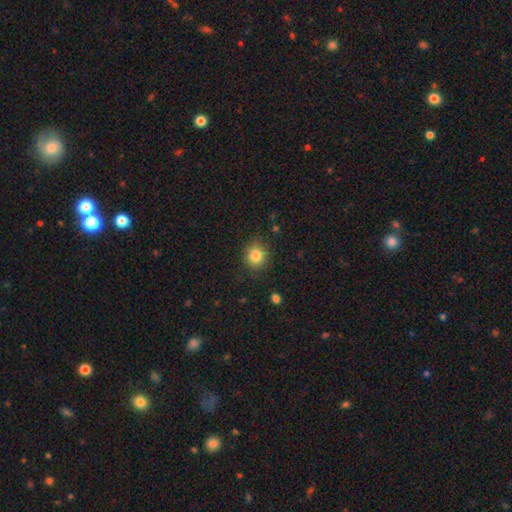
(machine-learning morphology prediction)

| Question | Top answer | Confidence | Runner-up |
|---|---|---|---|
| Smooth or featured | smooth | 83% | star or artifact (11%) |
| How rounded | round | 88% | in between (11%) |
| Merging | none | 87% | minor disturbance (9%) |